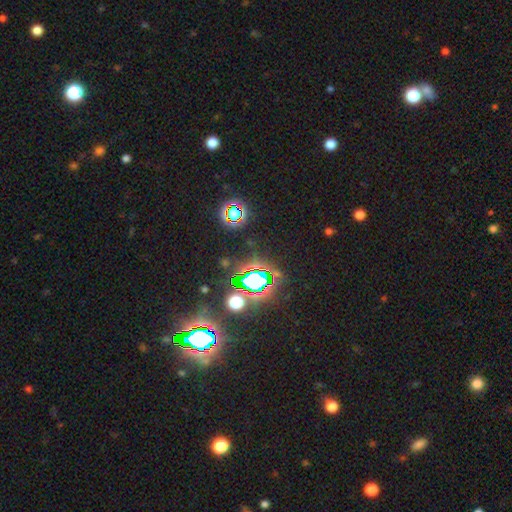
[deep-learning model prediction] This is clearly a star or artifact rather than a galaxy (83%).